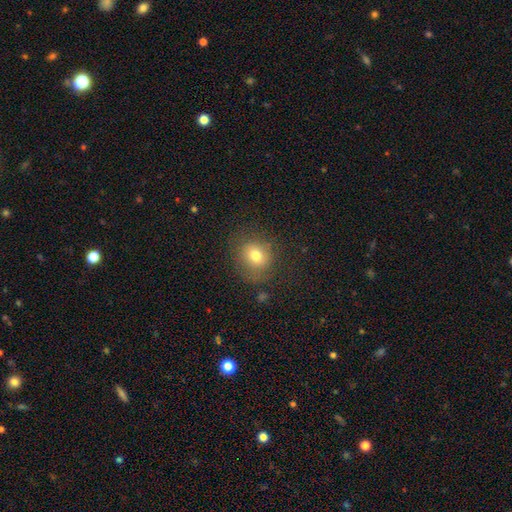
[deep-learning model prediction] smooth_or_featured: smooth (p=0.74) [alt: featured or disk p=0.13]
how_rounded: round (p=0.79) [alt: in between p=0.20]
merging: none (p=0.75) [alt: minor disturbance p=0.15]